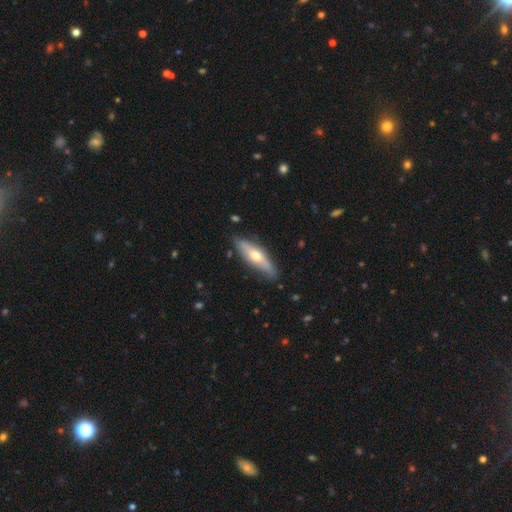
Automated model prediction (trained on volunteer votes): smooth_or_featured: featured or disk (p=0.49) [alt: smooth p=0.45]
merging: none (p=0.82) [alt: minor disturbance p=0.14]